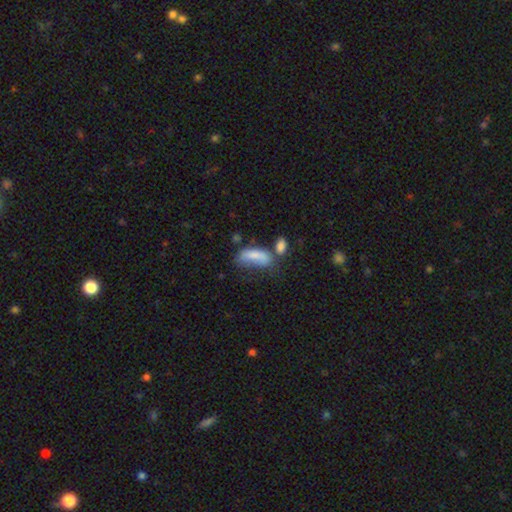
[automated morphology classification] Overall: smooth (76%). How rounded: in between (79%). Merging: merger (29%; none 26%).